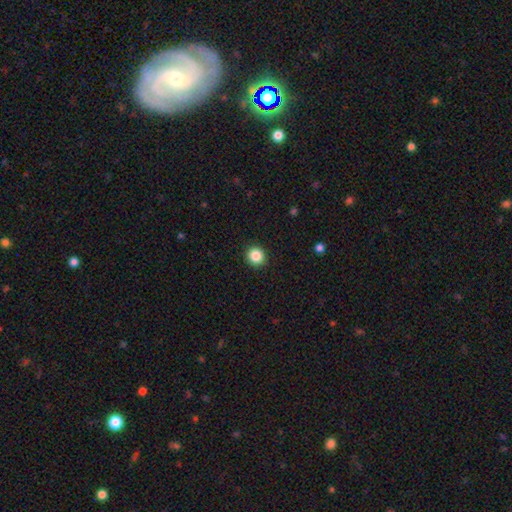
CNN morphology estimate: Q: Smooth or featured?
A: smooth (86%); runner-up: star or artifact (10%)
Q: How rounded?
A: round (93%); runner-up: in between (6%)
Q: Merging?
A: none (93%); runner-up: minor disturbance (5%)